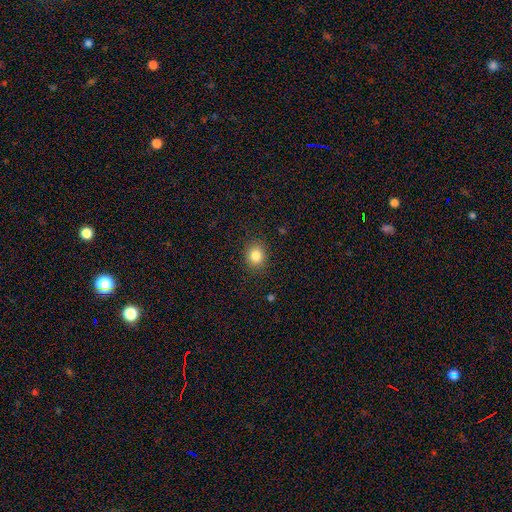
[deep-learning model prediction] Overall: smooth (83%). How rounded: round (72%). Merging: none (88%).